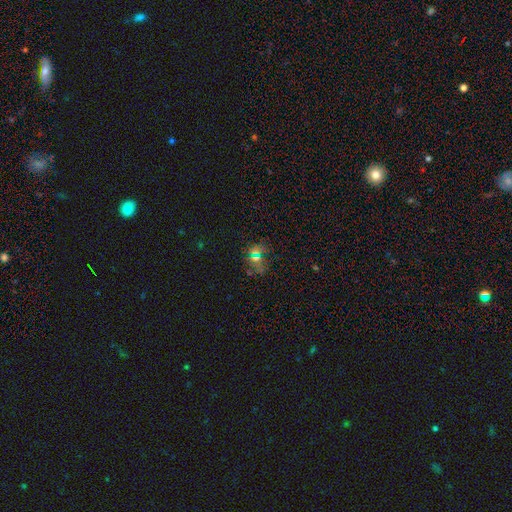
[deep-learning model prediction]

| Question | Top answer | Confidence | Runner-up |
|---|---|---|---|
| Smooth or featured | star or artifact | 46% | smooth (41%) |